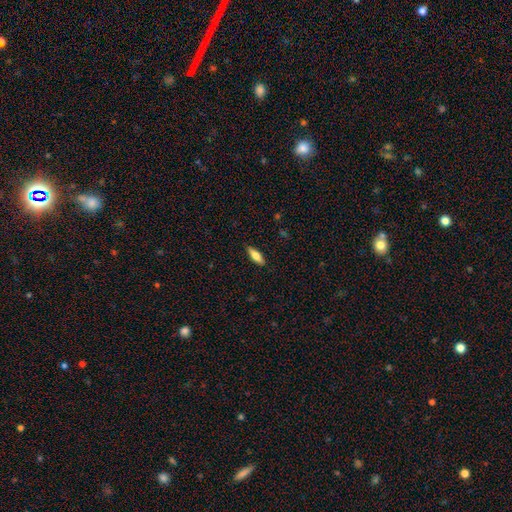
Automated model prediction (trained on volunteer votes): Smooth or featured? smooth (71%)
How rounded? in between (55%)
Merging? none (88%)